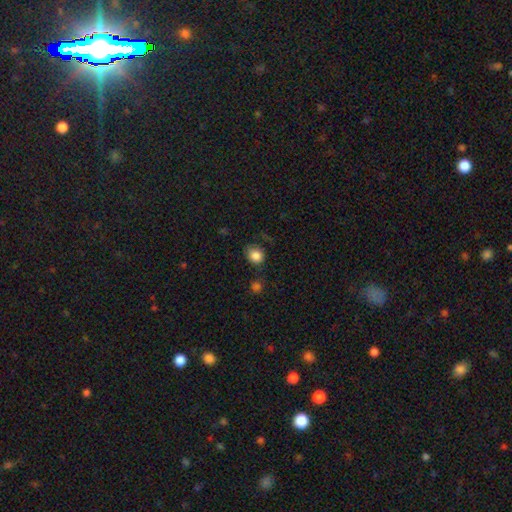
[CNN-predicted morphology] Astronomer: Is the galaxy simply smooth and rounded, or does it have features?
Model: smooth — 84%.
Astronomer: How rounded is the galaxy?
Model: round — 69%.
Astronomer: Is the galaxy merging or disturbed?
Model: none — 62%.